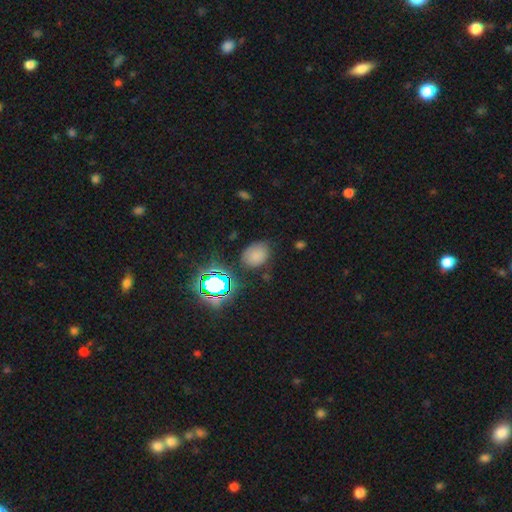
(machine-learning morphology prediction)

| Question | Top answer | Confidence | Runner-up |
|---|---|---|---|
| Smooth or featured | smooth | 69% | star or artifact (23%) |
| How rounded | in between | 59% | round (39%) |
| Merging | none | 73% | minor disturbance (18%) |